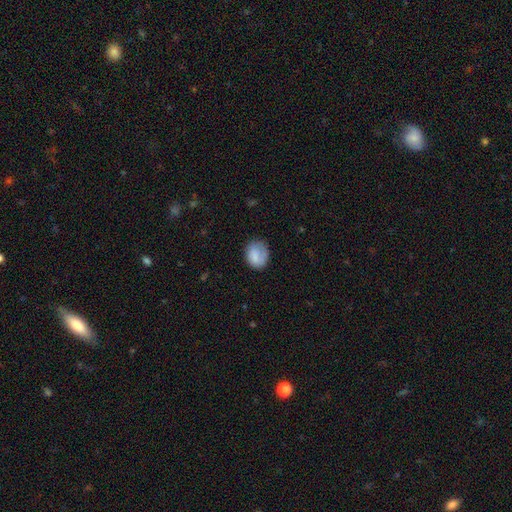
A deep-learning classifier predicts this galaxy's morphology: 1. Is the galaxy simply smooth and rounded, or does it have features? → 76% smooth, 17% featured or disk, 7% star or artifact.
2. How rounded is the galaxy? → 56% round, 43% in between, 1% cigar-shaped.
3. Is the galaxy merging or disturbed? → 65% none, 23% minor disturbance, 11% major disturbance, 2% merger.